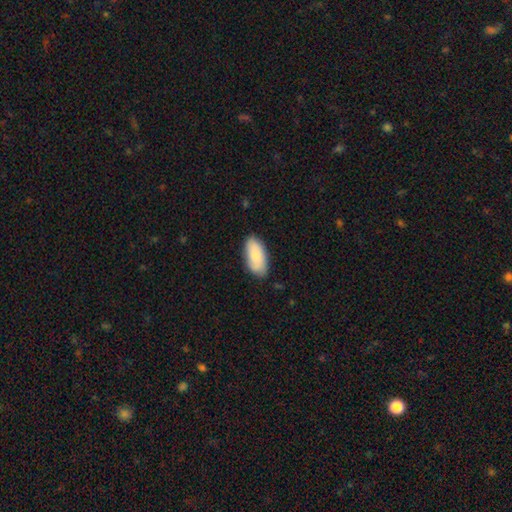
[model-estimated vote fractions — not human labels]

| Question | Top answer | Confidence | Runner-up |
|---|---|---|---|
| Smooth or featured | smooth | 81% | featured or disk (13%) |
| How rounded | in between | 92% | cigar-shaped (6%) |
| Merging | none | 78% | minor disturbance (18%) |